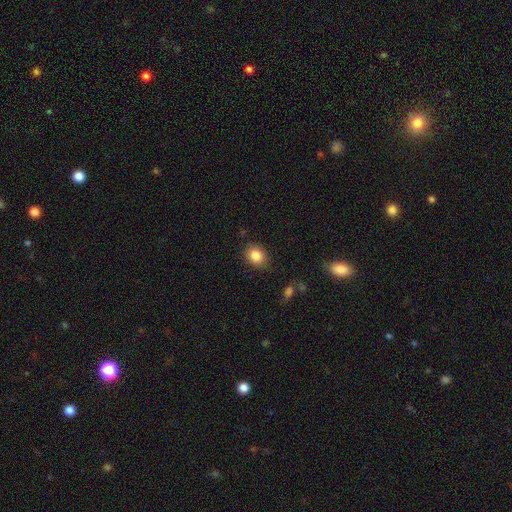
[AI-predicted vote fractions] Morphology: type=smooth (85%); roundness=round (54%); merging=none (85%).